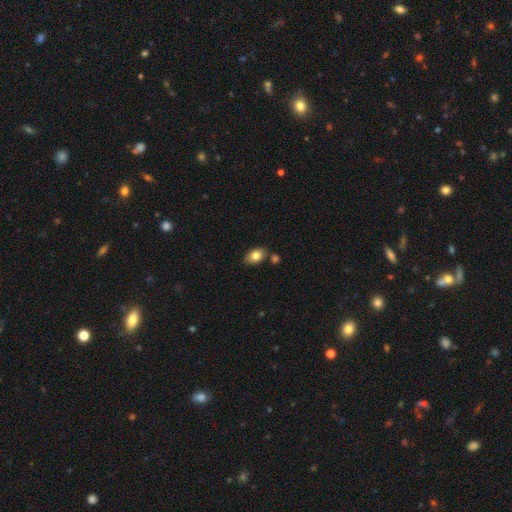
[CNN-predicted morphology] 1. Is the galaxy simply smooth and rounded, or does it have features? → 81% smooth, 11% featured or disk, 8% star or artifact.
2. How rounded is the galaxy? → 85% in between, 13% round, 1% cigar-shaped.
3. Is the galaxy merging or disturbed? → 77% none, 13% minor disturbance, 8% merger, 3% major disturbance.